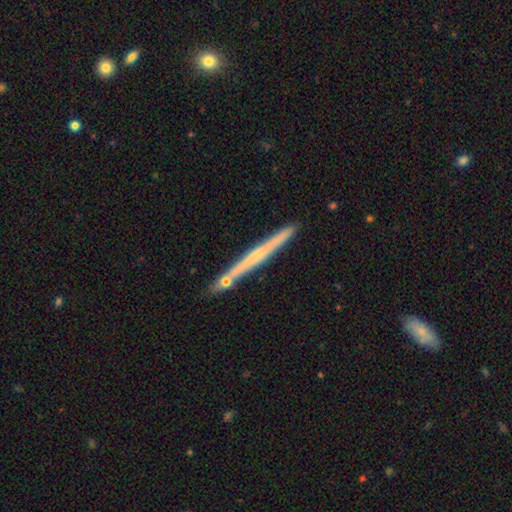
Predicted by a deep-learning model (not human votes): Overall: featured or disk (59%; smooth 35%). Edge-on disk: yes (98%). Edge-on bulge: none (63%; rounded 30%). Merging: none (82%).